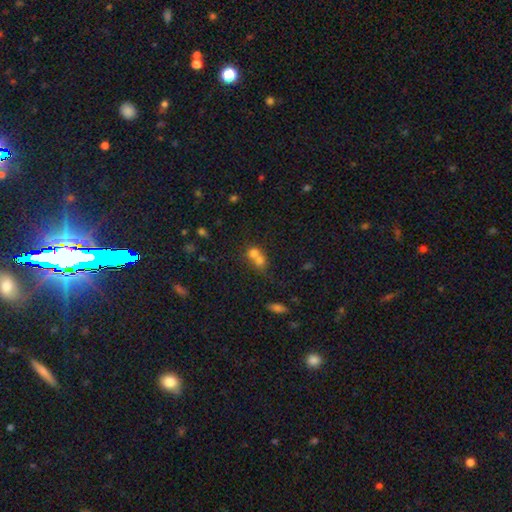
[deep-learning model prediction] A smooth galaxy with no disk features (70%) that is round (69%). Merging: merger (69%).